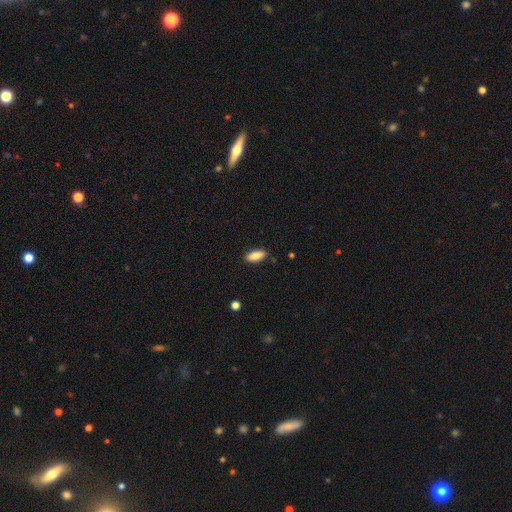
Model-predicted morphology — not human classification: Overall: smooth (86%). How rounded: in between (82%). Merging: none (87%).